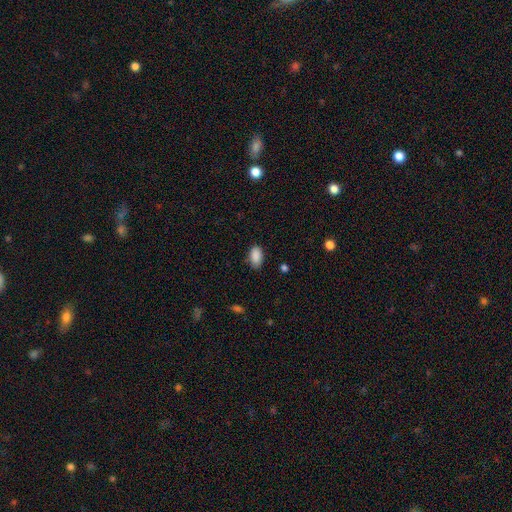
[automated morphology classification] The model was most divided on "merging": none: 77%, minor disturbance: 18%, major disturbance: 3%, merger: 1%. More confident: how rounded — in between (91%); smooth or featured — smooth (89%).